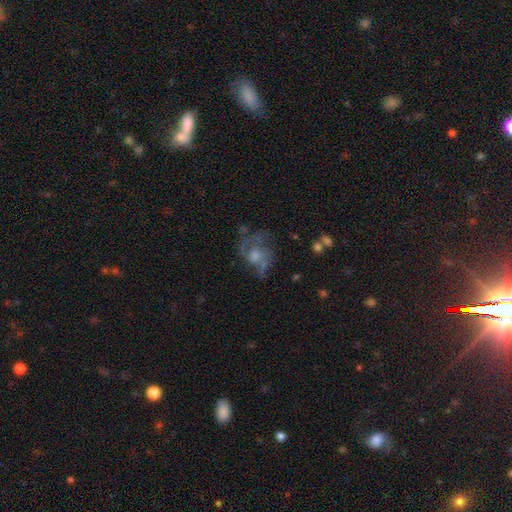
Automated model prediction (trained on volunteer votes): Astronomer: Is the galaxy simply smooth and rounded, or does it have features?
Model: featured or disk — 63%.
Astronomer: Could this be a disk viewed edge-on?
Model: no — 97%.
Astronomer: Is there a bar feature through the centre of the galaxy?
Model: no — 76%.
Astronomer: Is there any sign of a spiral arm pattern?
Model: yes — 66%.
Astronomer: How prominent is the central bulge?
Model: moderate — 48% (runner-up: small, 25%).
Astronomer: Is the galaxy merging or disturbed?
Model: none — 50% (runner-up: major disturbance, 28%).